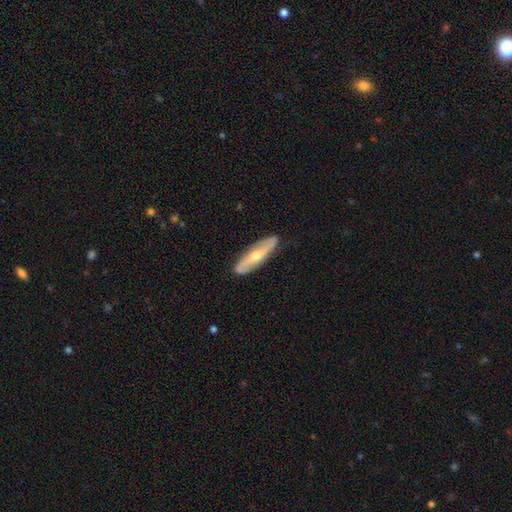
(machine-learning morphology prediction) This appears to be a featured or disk galaxy (67%). Merging: none (86%).